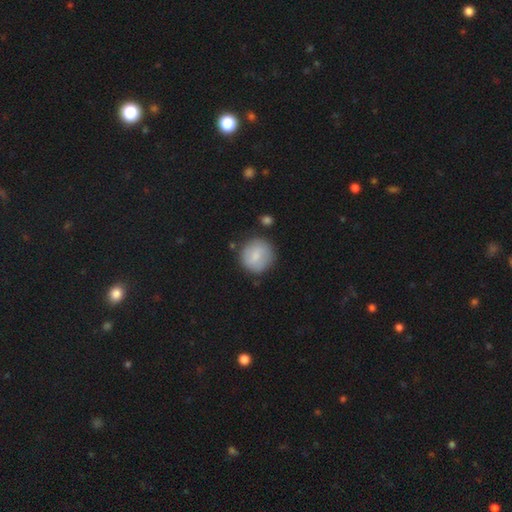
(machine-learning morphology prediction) Overall: smooth (74%). How rounded: round (90%). Merging: none (77%).